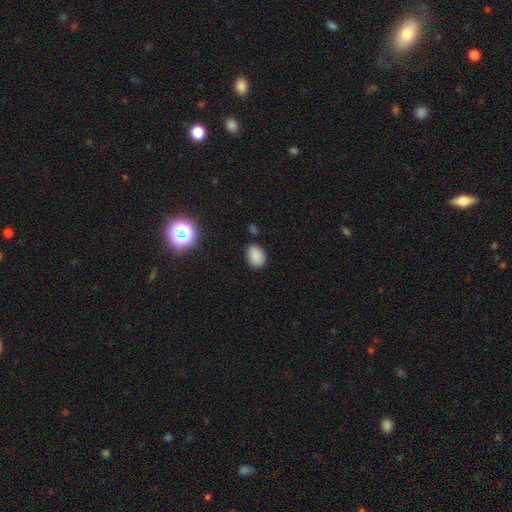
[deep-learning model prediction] The model was most divided on "how rounded": in between: 79%, round: 20%, cigar-shaped: 1%. More confident: smooth or featured — smooth (84%); merging — none (79%).